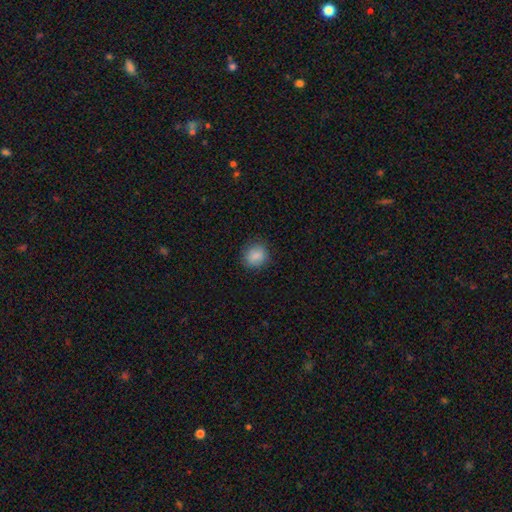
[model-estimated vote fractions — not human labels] A smooth galaxy with no disk features (87%) that is round (73%). Merging: none (85%).